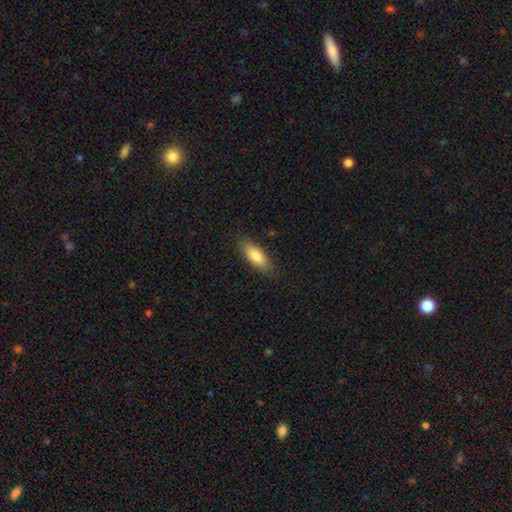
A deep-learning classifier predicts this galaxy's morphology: The model was most divided on "how rounded": in between: 71%, cigar-shaped: 27%, round: 2%. More confident: merging — none (84%); smooth or featured — smooth (82%).